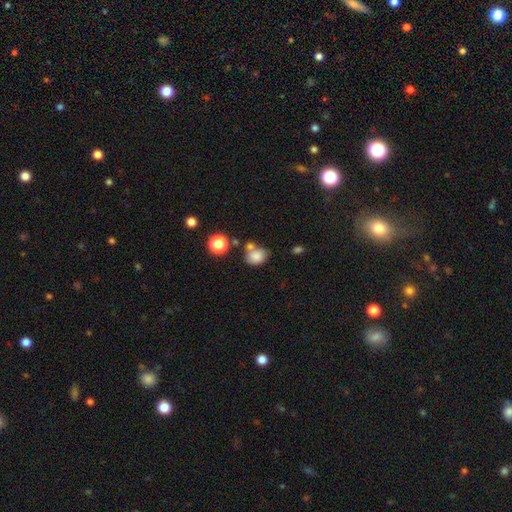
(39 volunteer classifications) Volunteers were most divided on "how rounded": in between: 69%, round: 29%, cigar-shaped: 3%. More confident: smooth or featured — smooth (90%); merging — none (67%).